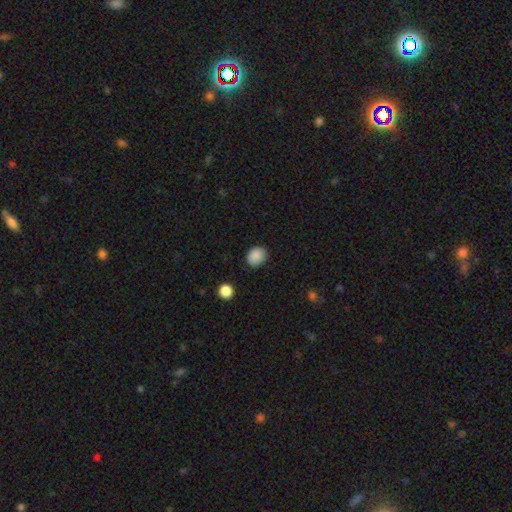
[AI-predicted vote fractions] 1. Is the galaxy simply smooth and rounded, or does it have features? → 88% smooth, 9% star or artifact, 3% featured or disk.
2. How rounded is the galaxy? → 51% round, 48% in between, 1% cigar-shaped.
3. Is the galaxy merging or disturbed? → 83% none, 13% minor disturbance, 3% major disturbance, 1% merger.